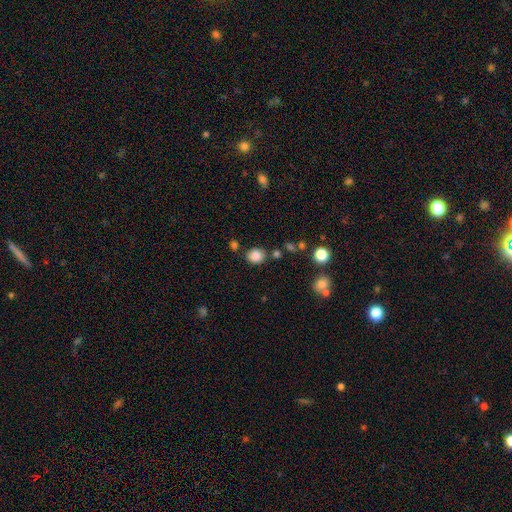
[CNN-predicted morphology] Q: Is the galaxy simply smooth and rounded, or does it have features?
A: smooth — 85%.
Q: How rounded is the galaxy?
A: round — 63%.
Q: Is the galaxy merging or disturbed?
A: none — 75%.